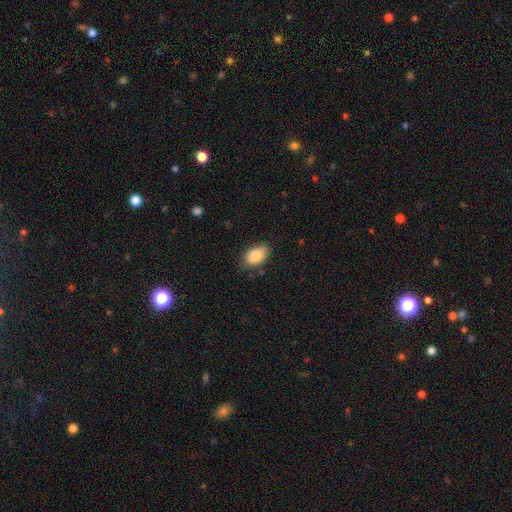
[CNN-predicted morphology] A smooth galaxy with no disk features (85%) that is in between round and cigar-shaped (91%). Merging: none (79%).